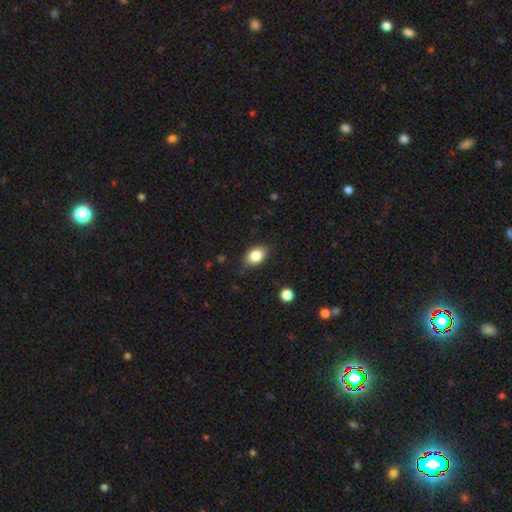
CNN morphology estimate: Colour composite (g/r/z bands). It shows a smooth galaxy with no disk features (84%) that is in between round and cigar-shaped (84%). Merging: none (82%).